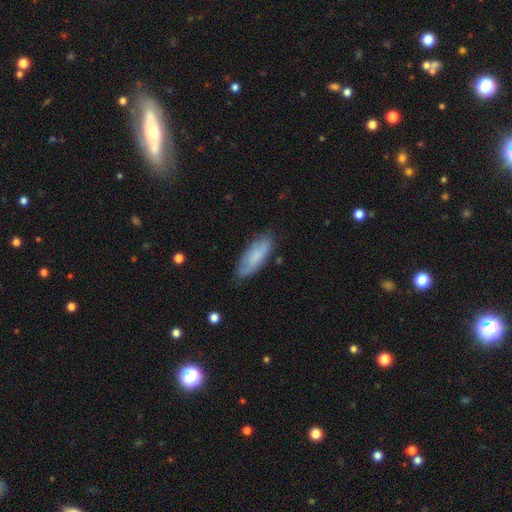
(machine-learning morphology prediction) Q: Smooth or featured?
A: smooth (74%); runner-up: featured or disk (19%)
Q: How rounded?
A: in between (67%); runner-up: cigar-shaped (31%)
Q: Merging?
A: none (77%); runner-up: minor disturbance (18%)